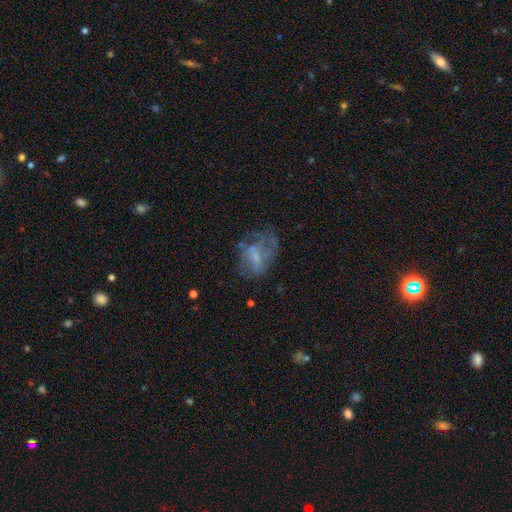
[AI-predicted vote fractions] Overall: featured or disk (54%; smooth 34%). Edge-on disk: no (97%). Bar: no (52%; weak 39%). Spiral arms: no (61%; yes 39%). Bulge size: small (44%; none 29%). Merging: none (38%; major disturbance 35%).